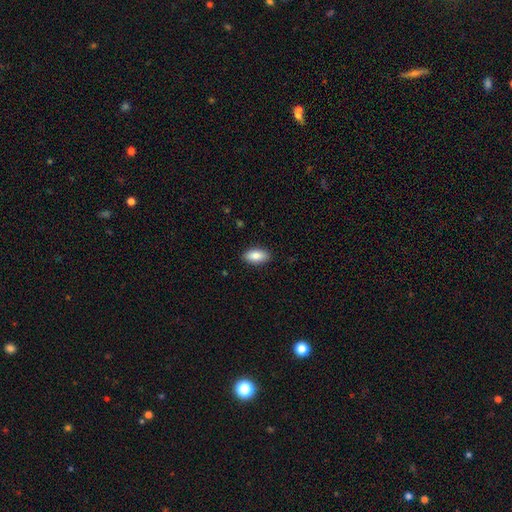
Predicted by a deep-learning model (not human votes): Smooth or featured?
  - smooth: 85% *
  - featured or disk: 8%
  - star or artifact: 6%
How rounded?
  - in between: 91% *
  - cigar-shaped: 6%
  - round: 3%
Merging?
  - none: 89% *
  - minor disturbance: 8%
  - major disturbance: 2%
  - merger: 1%